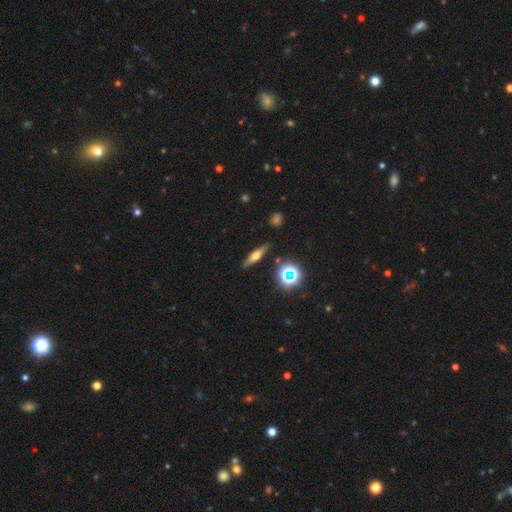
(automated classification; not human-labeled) smooth 45%, featured or disk 41%, star or artifact 14%. Down the decision tree: merging — none (86%).